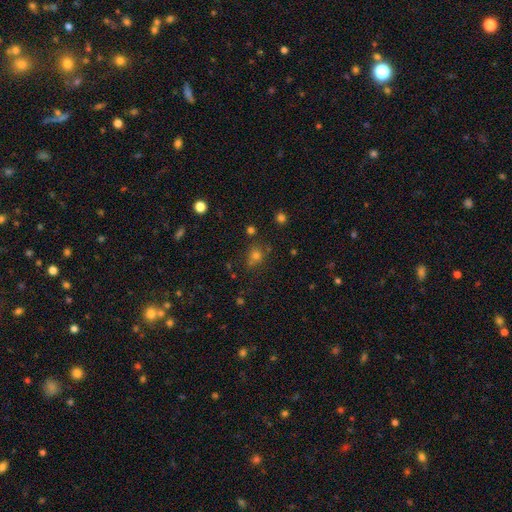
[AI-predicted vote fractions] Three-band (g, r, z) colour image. It shows a smooth galaxy with no disk features (61%) that is round (81%). Merging: none (70%).